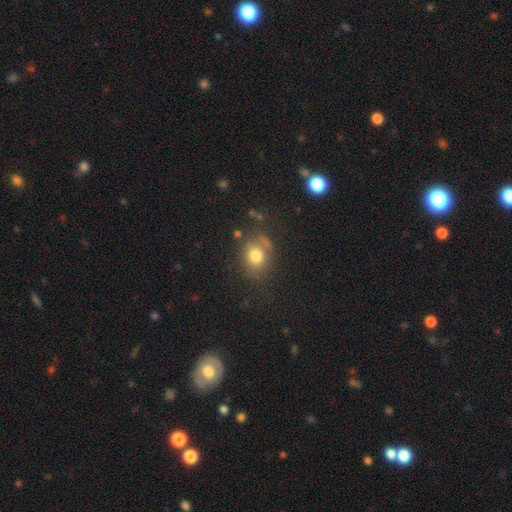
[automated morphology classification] A smooth galaxy with no disk features (76%) that is round (53%).

Vote fractions:
- Smooth or featured? smooth: 76% / star or artifact: 13% / featured or disk: 12%
- How rounded? round: 53% / in between: 46% / cigar-shaped: 1%
- Merging? none: 66% / minor disturbance: 20% / major disturbance: 9% / merger: 6%